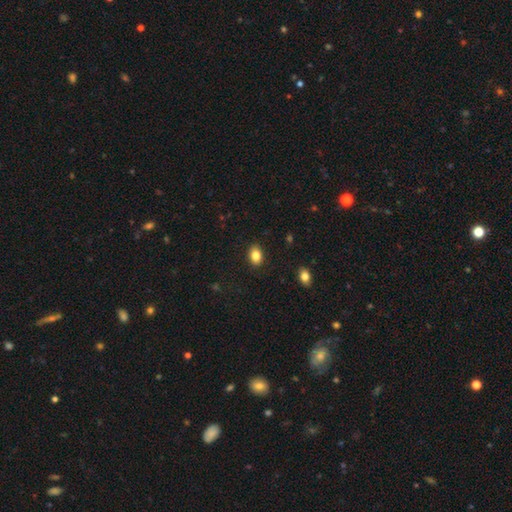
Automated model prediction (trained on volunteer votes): Smooth or featured? smooth (84%)
How rounded? in between (77%)
Merging? none (88%)